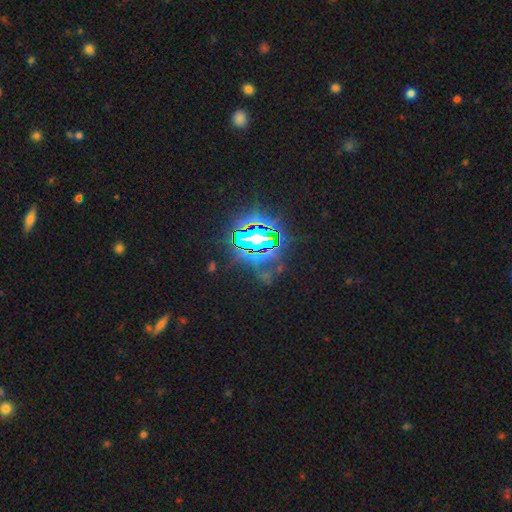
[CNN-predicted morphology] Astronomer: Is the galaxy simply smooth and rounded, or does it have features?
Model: star or artifact — 83%.